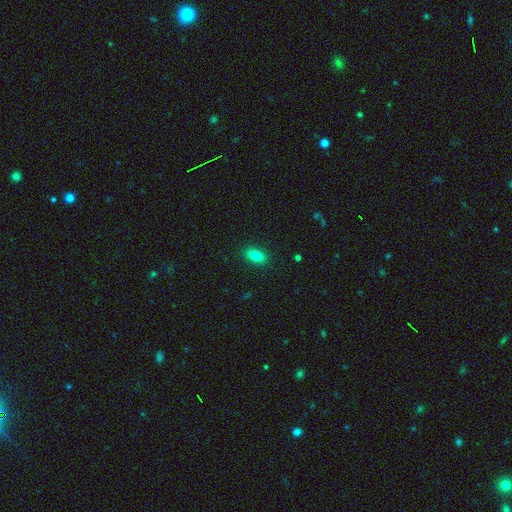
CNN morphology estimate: This appears to be a smooth galaxy with no disk features (81%) that is in between round and cigar-shaped (86%). Merging: none (89%).